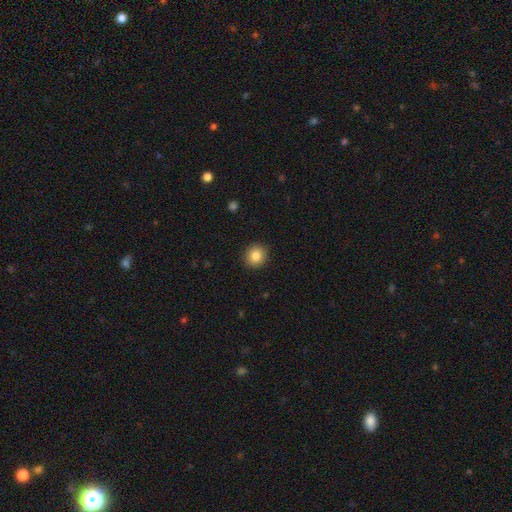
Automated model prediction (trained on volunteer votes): Q: Smooth or featured?
A: smooth (85%); runner-up: star or artifact (10%)
Q: How rounded?
A: round (88%); runner-up: in between (11%)
Q: Merging?
A: none (91%); runner-up: minor disturbance (6%)